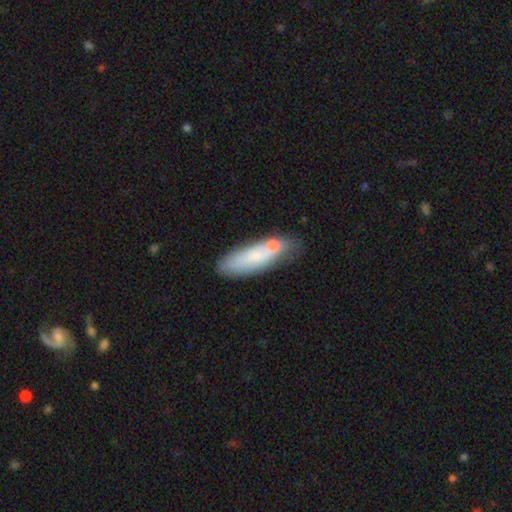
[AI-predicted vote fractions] smooth_or_featured: smooth (p=0.68) [alt: featured or disk p=0.25]
how_rounded: cigar-shaped (p=0.50) [alt: in between p=0.48]
merging: none (p=0.57) [alt: minor disturbance p=0.21]